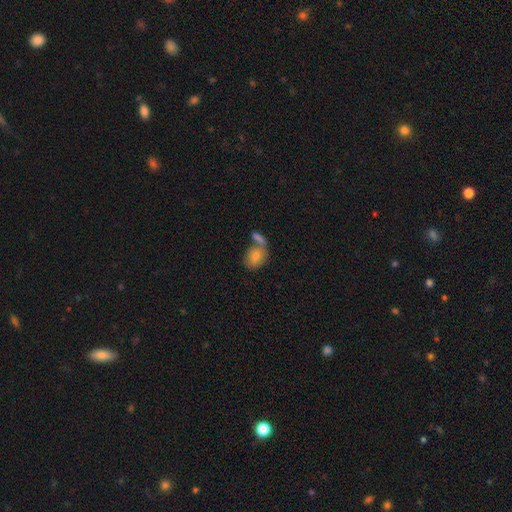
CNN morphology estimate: Smooth or featured: smooth — 73% (featured or disk — 18%)
How rounded: in between — 70% (round — 28%)
Merging: merger — 45% (none — 38%)